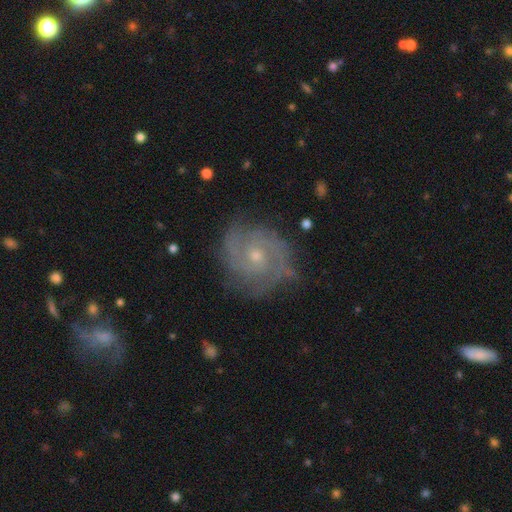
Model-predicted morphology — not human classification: Smooth or featured: featured or disk — 84% (smooth — 10%)
Edge-on disk: no — 98% (yes — 2%)
Bar: no — 72% (weak — 25%)
Spiral arms: yes — 95% (no — 5%)
Spiral winding: tight — 54% (medium — 37%)
Spiral arm count: 2 — 41% (3 — 23%)
Bulge size: small — 60% (moderate — 36%)
Merging: none — 75% (minor disturbance — 17%)